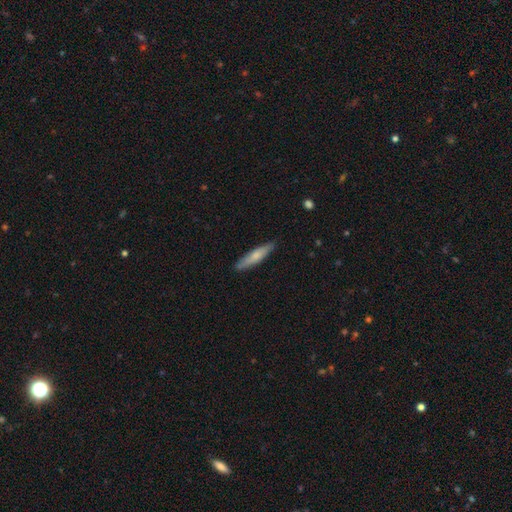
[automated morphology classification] Smooth or featured? smooth (67%)
How rounded? cigar-shaped (84%)
Merging? none (87%)